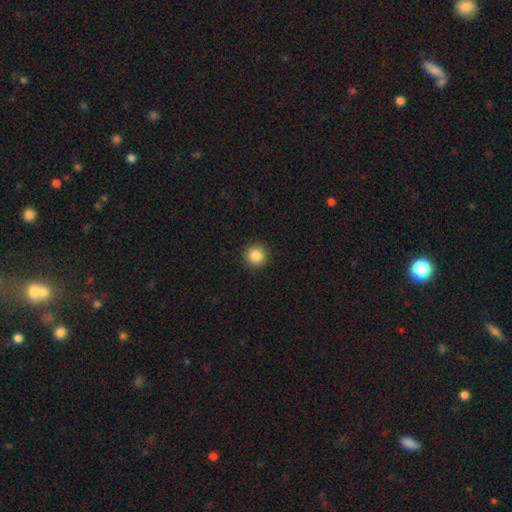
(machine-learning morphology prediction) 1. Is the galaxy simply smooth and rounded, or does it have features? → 86% smooth, 10% star or artifact, 4% featured or disk.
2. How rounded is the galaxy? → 96% round, 3% in between, 1% cigar-shaped.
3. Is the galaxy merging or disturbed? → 93% none, 5% minor disturbance, 2% major disturbance, 1% merger.